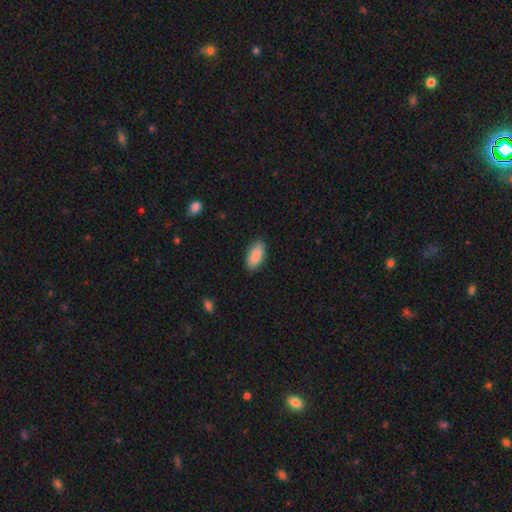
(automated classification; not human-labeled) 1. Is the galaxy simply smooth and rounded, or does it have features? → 89% smooth, 6% star or artifact, 5% featured or disk.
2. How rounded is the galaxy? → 89% in between, 9% cigar-shaped, 2% round.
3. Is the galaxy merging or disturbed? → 87% none, 9% minor disturbance, 2% major disturbance, 1% merger.